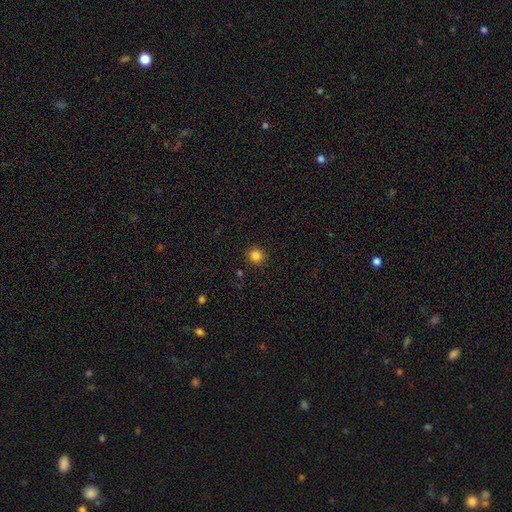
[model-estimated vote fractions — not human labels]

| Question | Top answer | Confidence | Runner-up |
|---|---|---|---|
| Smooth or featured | smooth | 84% | star or artifact (12%) |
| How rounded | round | 94% | in between (5%) |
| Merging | none | 91% | minor disturbance (6%) |